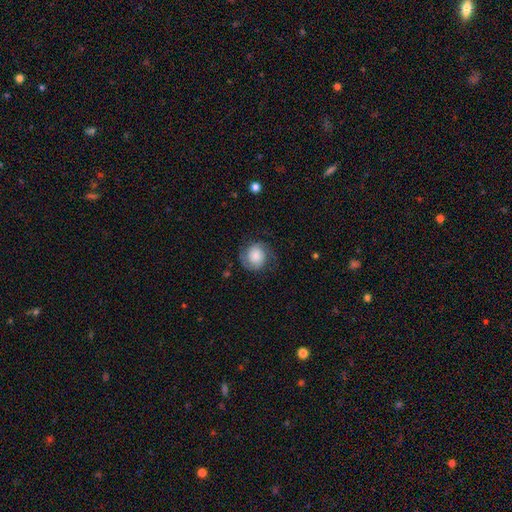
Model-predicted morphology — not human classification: Smooth or featured: featured or disk — 58% (smooth — 33%)
Edge-on disk: no — 98% (yes — 2%)
Bar: no — 76% (weak — 20%)
Spiral arms: yes — 93% (no — 7%)
Spiral winding: medium — 41% (tight — 39%)
Spiral arm count: 2 — 88% (can't tell — 5%)
Bulge size: large — 35% (moderate — 21%)
Merging: none — 73% (minor disturbance — 17%)